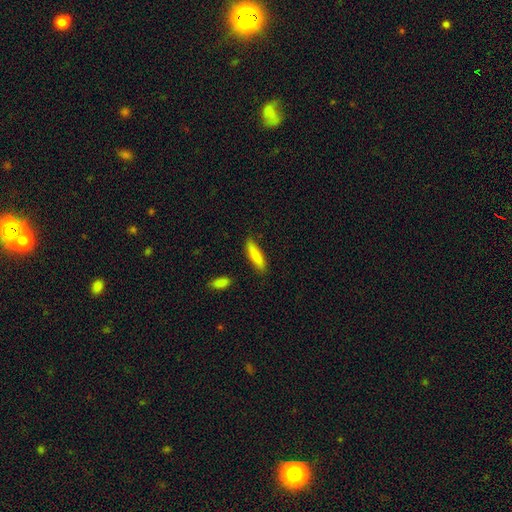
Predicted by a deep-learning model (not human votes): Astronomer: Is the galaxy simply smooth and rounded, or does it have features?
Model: smooth — 84%.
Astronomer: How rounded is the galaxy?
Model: cigar-shaped — 75%.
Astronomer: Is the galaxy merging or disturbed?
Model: none — 82%.